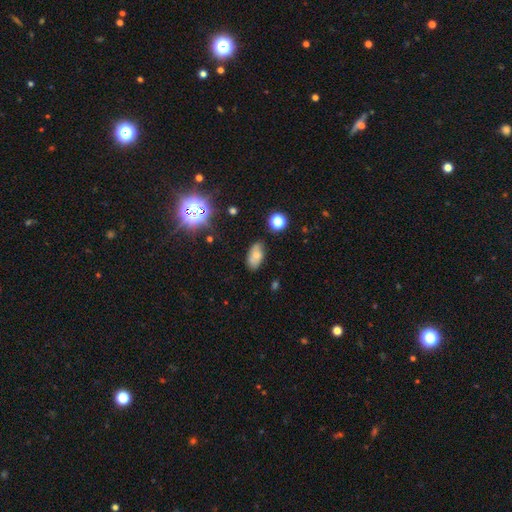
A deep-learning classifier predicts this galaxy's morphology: This is likely a smooth galaxy (67%). How rounded: clearly in between (91%). Merging: likely none (75%).